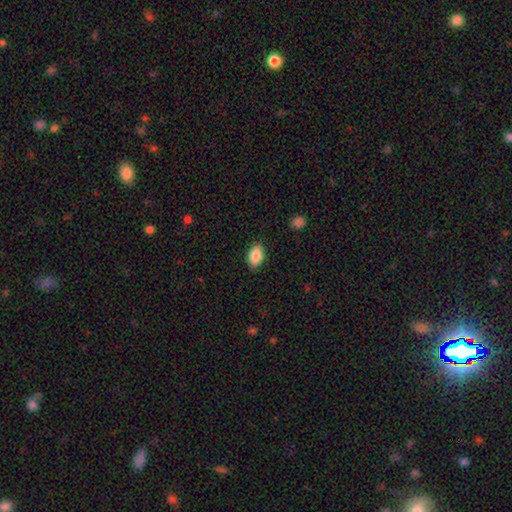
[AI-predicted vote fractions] This is clearly a smooth galaxy (86%). How rounded: clearly in between (87%). Merging: clearly none (87%).